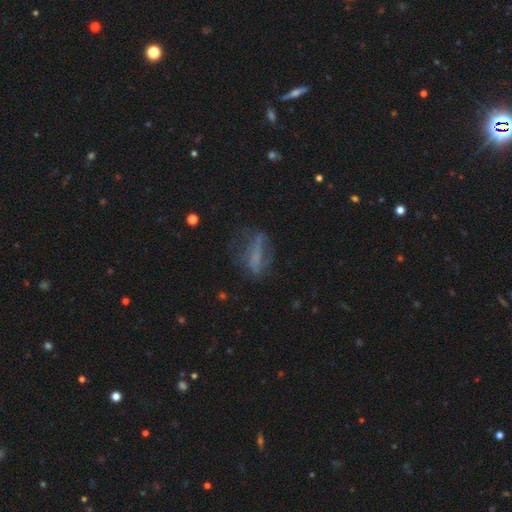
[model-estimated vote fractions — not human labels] featured or disk 44%, smooth 40%, star or artifact 16%. Down the decision tree: merging — none (48%).